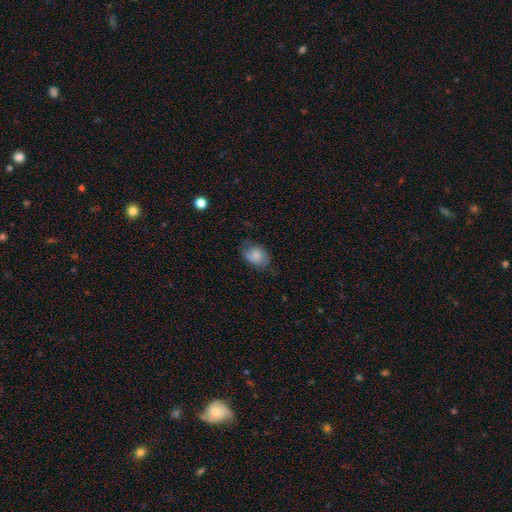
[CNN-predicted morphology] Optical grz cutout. It shows a smooth galaxy with no disk features (71%) that is in between round and cigar-shaped (79%). Merging: none (57%).